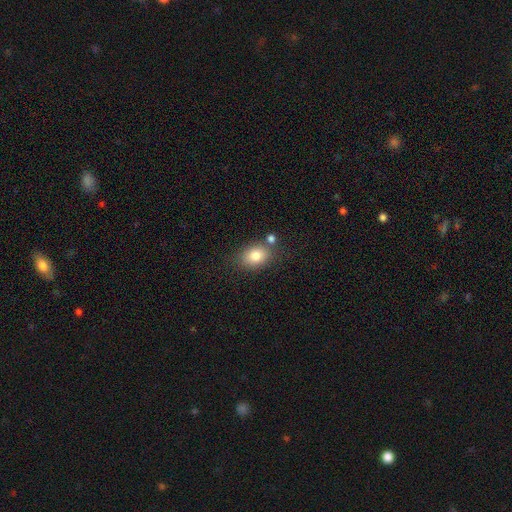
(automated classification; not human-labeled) A smooth galaxy with no disk features (81%) that is in between round and cigar-shaped (75%). Merging: none (71%).